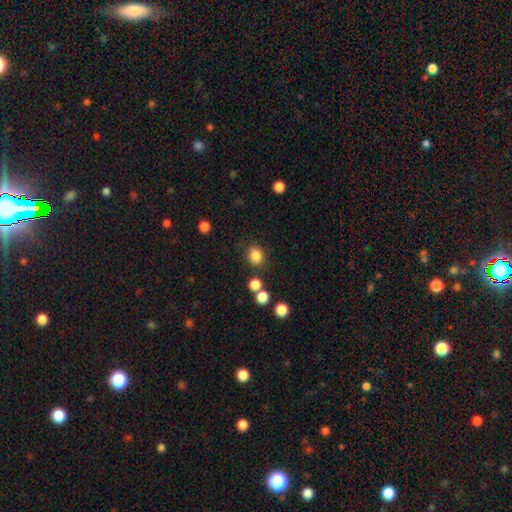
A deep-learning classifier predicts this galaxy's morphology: Q: Smooth or featured?
A: smooth (84%); runner-up: star or artifact (11%)
Q: How rounded?
A: round (67%); runner-up: in between (32%)
Q: Merging?
A: none (82%); runner-up: minor disturbance (9%)